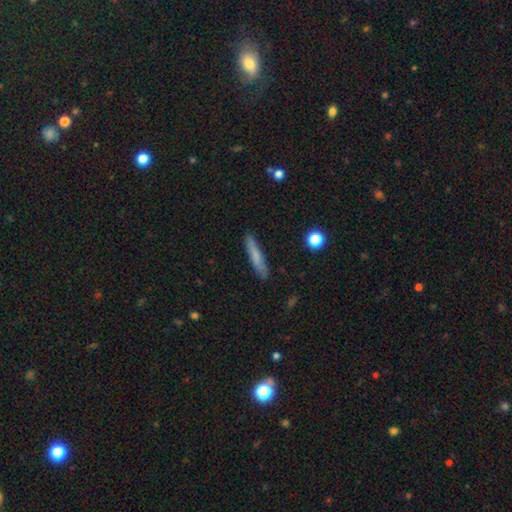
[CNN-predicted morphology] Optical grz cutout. It shows a smooth galaxy with no disk features (73%) that is cigar-shaped (91%). Merging: none (87%).